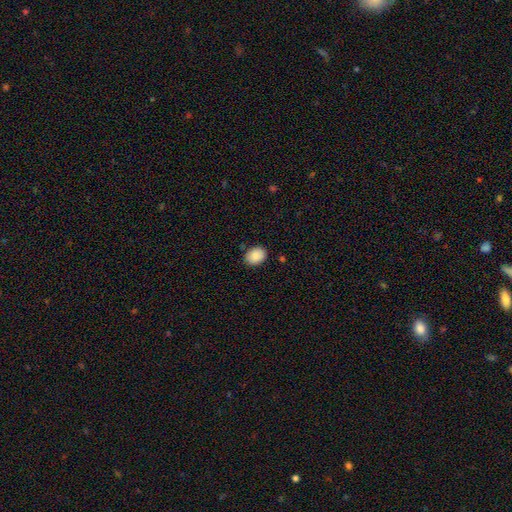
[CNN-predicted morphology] Smooth or featured? Predicted: smooth (p=0.88). How rounded? Predicted: in between (p=0.60). Merging? Predicted: none (p=0.84).